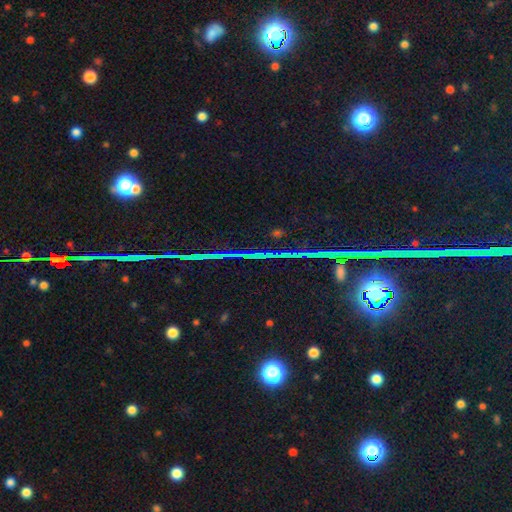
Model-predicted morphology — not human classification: Q: Smooth or featured?
A: star or artifact (82%); runner-up: featured or disk (10%)